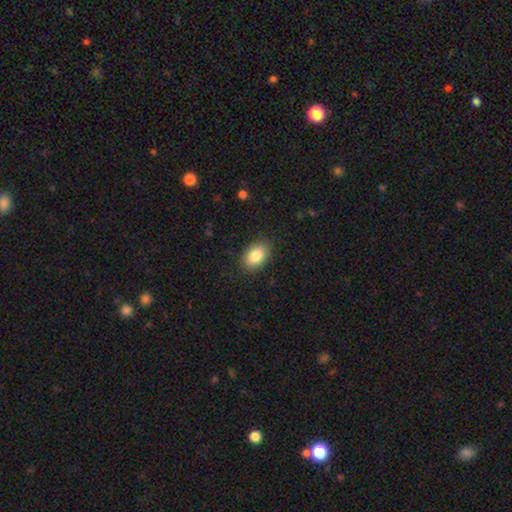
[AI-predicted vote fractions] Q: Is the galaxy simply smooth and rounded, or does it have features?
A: smooth — 85%.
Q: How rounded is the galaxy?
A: in between — 87%.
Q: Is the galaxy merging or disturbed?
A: none — 88%.